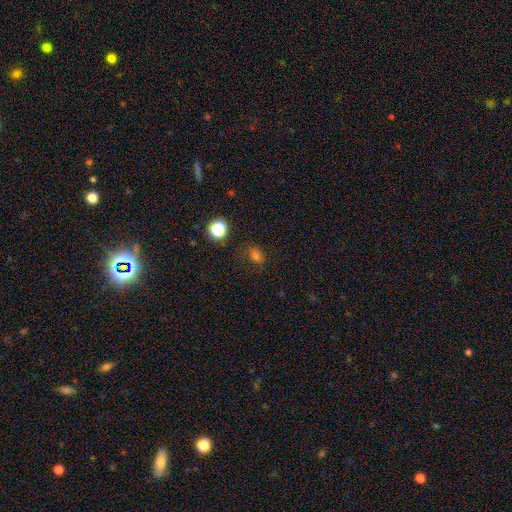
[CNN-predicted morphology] This appears to be a smooth galaxy with no disk features (69%) that is in between round and cigar-shaped (50%). Merging: none (71%).